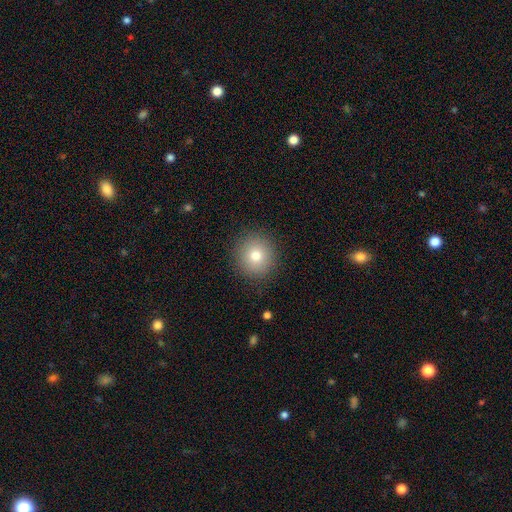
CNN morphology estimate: smooth 77%, star or artifact 12%, featured or disk 11%. Down the decision tree: how rounded — round (93%); merging — none (90%).